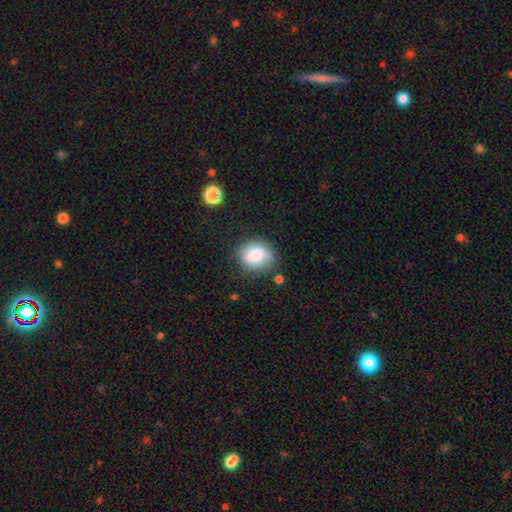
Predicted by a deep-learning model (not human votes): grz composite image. It shows a smooth galaxy with no disk features (83%) that is round (59%). Merging: none (74%).